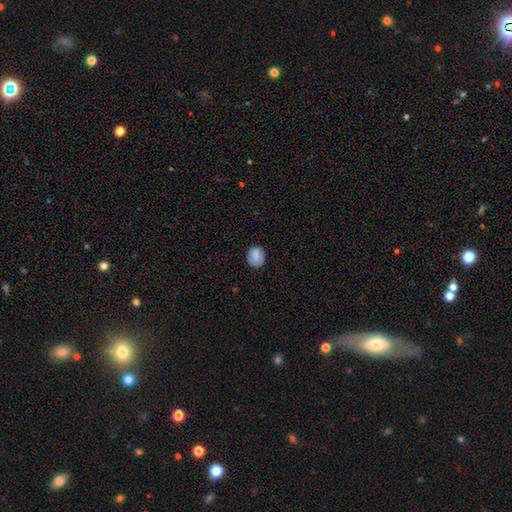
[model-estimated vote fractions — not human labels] The model was most divided on "how rounded": round: 70%, in between: 29%, cigar-shaped: 1%. More confident: smooth or featured — smooth (79%); merging — none (78%).